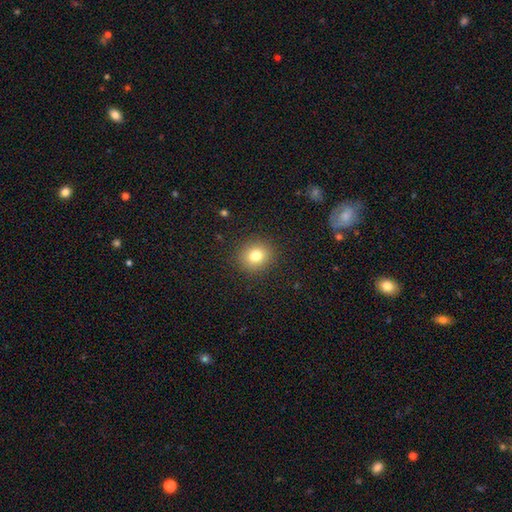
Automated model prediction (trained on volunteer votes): This appears to be a smooth galaxy with no disk features (78%) that is round (85%). Merging: none (90%).